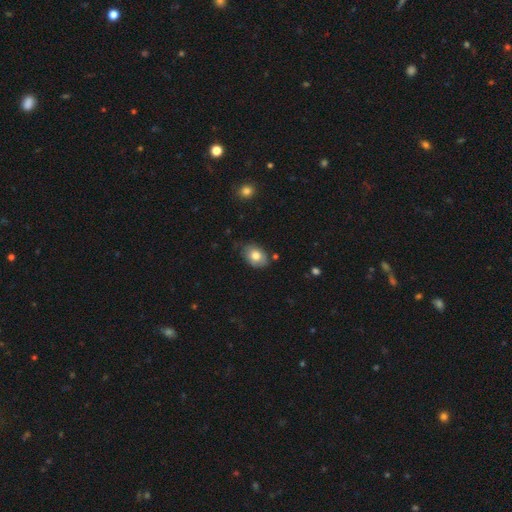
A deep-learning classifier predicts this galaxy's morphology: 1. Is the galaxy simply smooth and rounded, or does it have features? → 78% smooth, 15% featured or disk, 8% star or artifact.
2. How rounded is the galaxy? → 80% in between, 19% round, 1% cigar-shaped.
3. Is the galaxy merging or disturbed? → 73% none, 21% minor disturbance, 4% major disturbance, 3% merger.